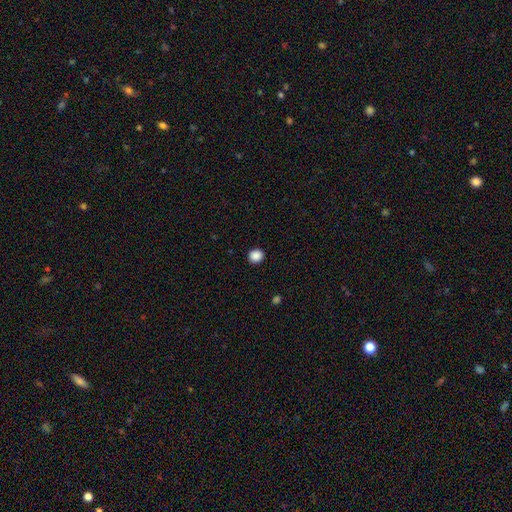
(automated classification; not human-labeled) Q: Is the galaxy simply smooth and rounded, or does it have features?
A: smooth — 88%.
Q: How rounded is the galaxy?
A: round — 86%.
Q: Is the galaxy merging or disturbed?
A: none — 92%.